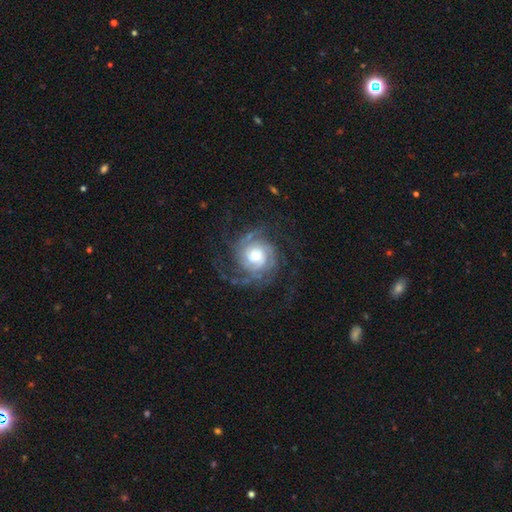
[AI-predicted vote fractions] The model was most divided on "spiral arm count": 2: 25%, 3: 24%, can't tell: 23%, 4: 13%, more than 4: 8%, 1: 7%. More confident: edge-on disk — no (98%); spiral arms — yes (97%); smooth or featured — featured or disk (87%); bar — no (71%); merging — none (69%); bulge size — moderate (60%); spiral winding — tight (58%).